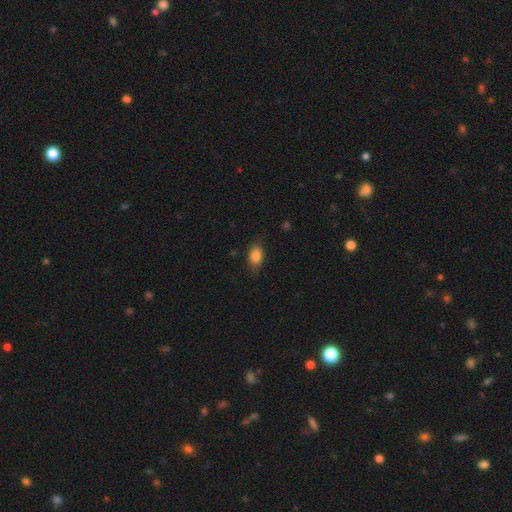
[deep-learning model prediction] smooth 84%, star or artifact 9%, featured or disk 7%. Down the decision tree: how rounded — in between (85%); merging — none (81%).